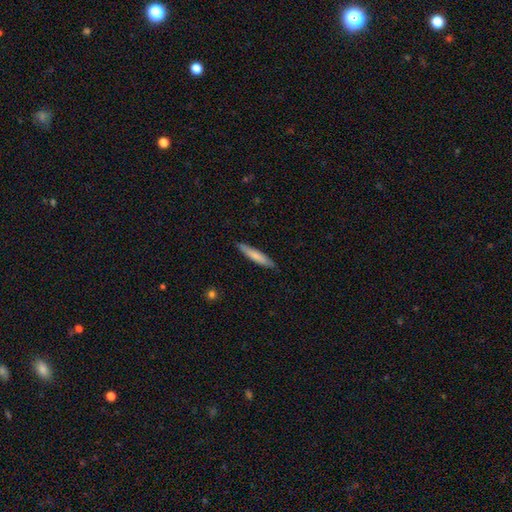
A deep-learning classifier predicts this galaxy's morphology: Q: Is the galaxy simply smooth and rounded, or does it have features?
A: smooth — 75%.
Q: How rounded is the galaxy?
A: cigar-shaped — 89%.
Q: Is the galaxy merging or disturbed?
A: none — 87%.